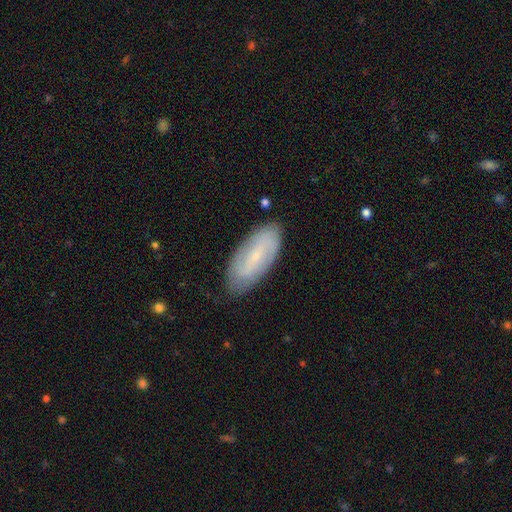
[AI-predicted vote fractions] Smooth or featured? featured or disk (56%)
Edge-on disk? no (88%)
Merging? none (81%)